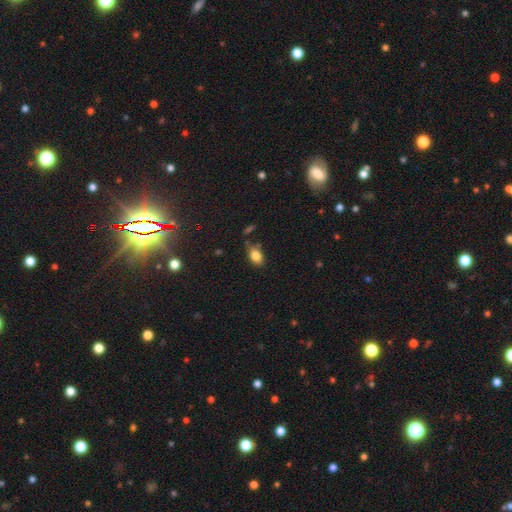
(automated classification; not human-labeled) This appears to be a smooth galaxy with no disk features (82%) that is in between round and cigar-shaped (84%). Merging: none (65%).